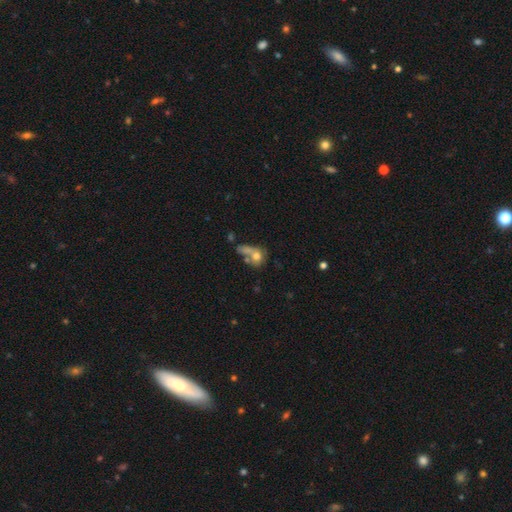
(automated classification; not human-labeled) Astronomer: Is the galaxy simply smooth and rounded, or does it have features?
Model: smooth — 64%.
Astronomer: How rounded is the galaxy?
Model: round — 50% (runner-up: in between, 45%).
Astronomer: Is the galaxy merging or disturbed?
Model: merger — 44% (runner-up: none, 25%).